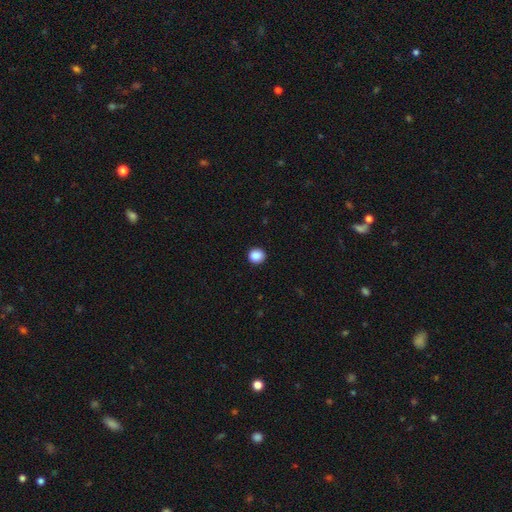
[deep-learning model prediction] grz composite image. It shows a smooth galaxy with no disk features (88%) that is round (88%). Merging: none (92%).